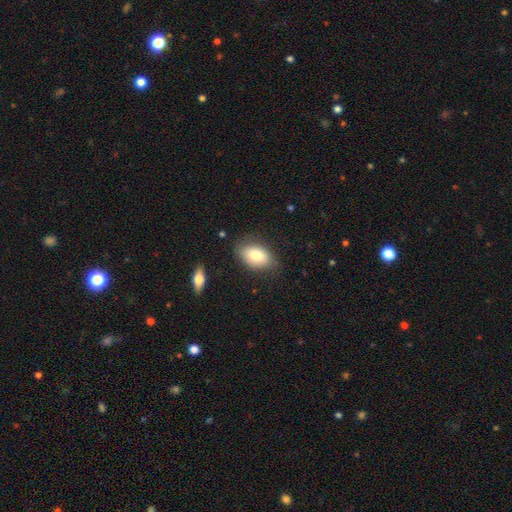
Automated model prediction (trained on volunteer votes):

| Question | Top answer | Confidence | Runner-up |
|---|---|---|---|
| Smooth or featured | smooth | 78% | featured or disk (14%) |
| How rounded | in between | 88% | round (11%) |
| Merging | none | 76% | minor disturbance (18%) |